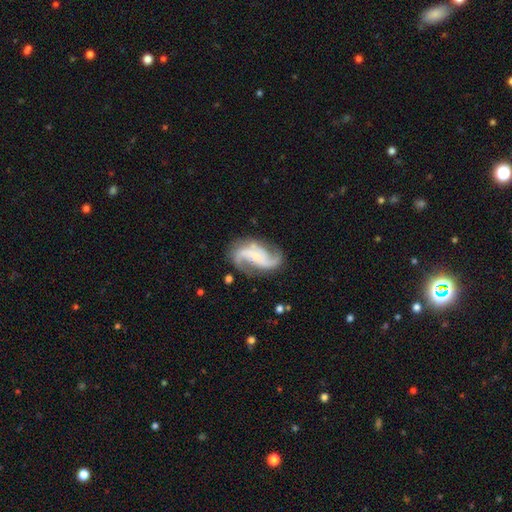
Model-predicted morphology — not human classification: Smooth or featured?
  - featured or disk: 88% *
  - smooth: 7%
  - star or artifact: 5%
Edge-on disk?
  - no: 97% *
  - yes: 3%
Bar?
  - no: 48% *
  - weak: 33%
  - strong: 19%
Spiral arms?
  - yes: 97% *
  - no: 3%
Spiral winding?
  - loose: 50% *
  - medium: 39%
  - tight: 11%
Spiral arm count?
  - 2: 65% *
  - 3: 21%
  - can't tell: 5%
  - 4: 4%
  - 1: 3%
  - more than 4: 3%
Bulge size?
  - small: 69% *
  - moderate: 18%
  - none: 9%
  - large: 2%
  - dominant: 1%
Merging?
  - none: 68% *
  - minor disturbance: 18%
  - major disturbance: 12%
  - merger: 3%